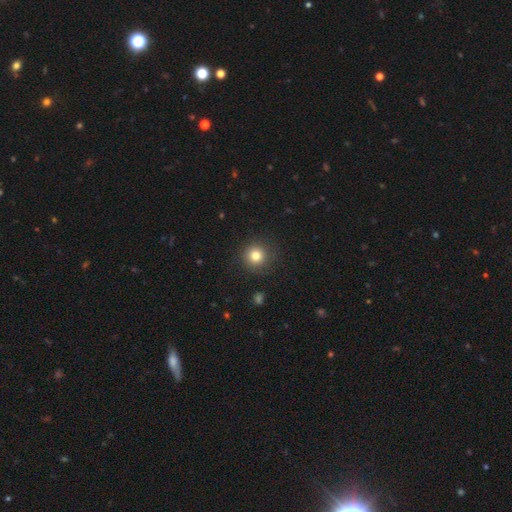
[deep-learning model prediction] This appears to be a smooth galaxy with no disk features (81%) that is round (94%). Merging: none (88%).